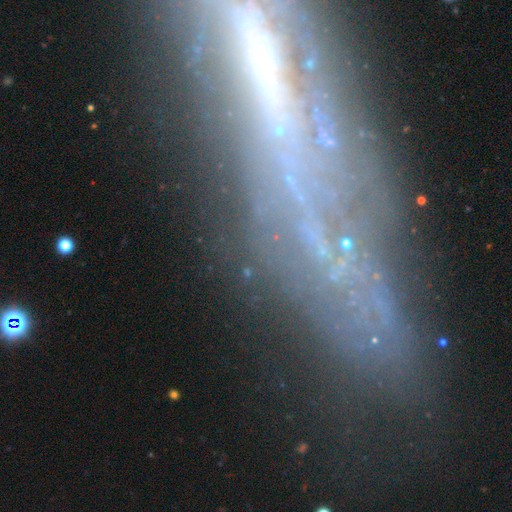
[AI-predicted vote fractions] This appears to be a featured or disk galaxy (61%) viewed edge-on (52%). Merging: none (66%).